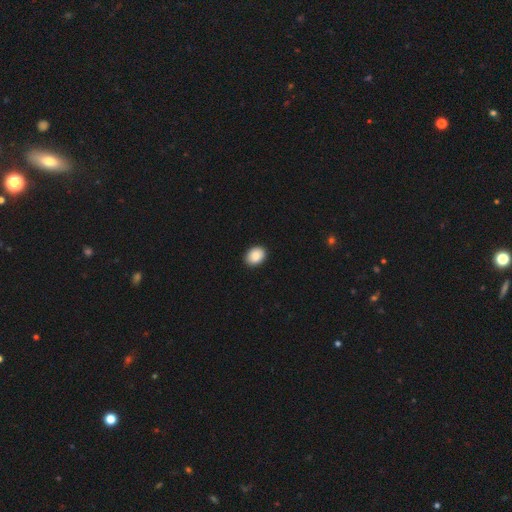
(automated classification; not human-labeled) This is clearly a smooth galaxy (89%). How rounded: likely in between (72%). Merging: clearly none (91%).